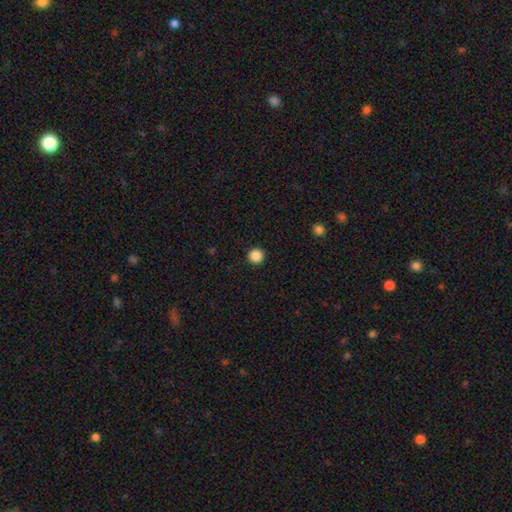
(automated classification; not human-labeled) This appears to be a smooth galaxy with no disk features (87%) that is round (96%). Merging: none (94%).